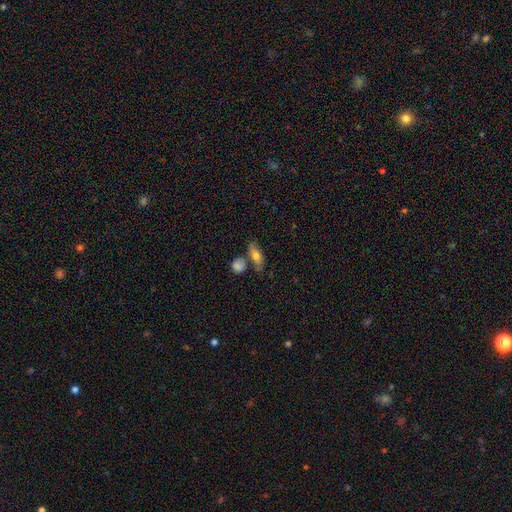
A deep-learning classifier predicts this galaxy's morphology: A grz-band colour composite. It shows a smooth galaxy with no disk features (66%) that is in between round and cigar-shaped (67%). Merging: none (62%).